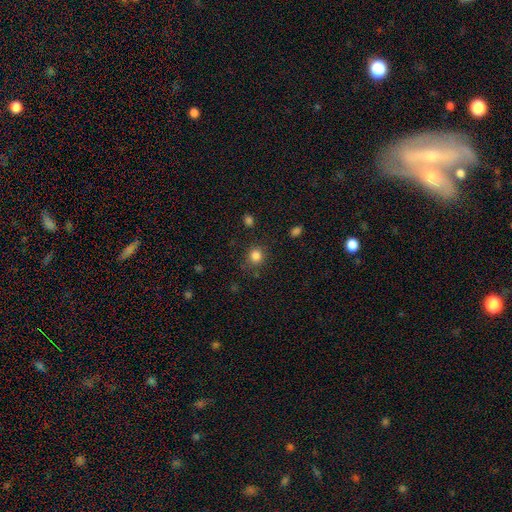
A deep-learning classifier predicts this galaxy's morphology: smooth-or-featured: smooth: 83% | star or artifact: 12% | featured or disk: 5%
  how-rounded: round: 87% | in between: 12% | cigar-shaped: 1%
  merging: none: 83% | minor disturbance: 11% | major disturbance: 4% | merger: 3%